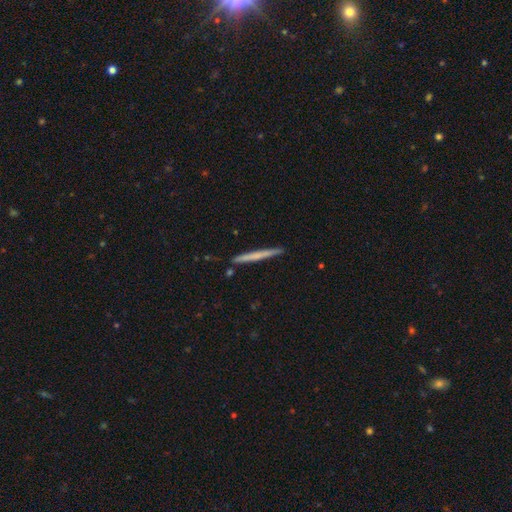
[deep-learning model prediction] smooth 55%, featured or disk 40%, star or artifact 5%. Down the decision tree: how rounded — cigar-shaped (97%); merging — none (89%).